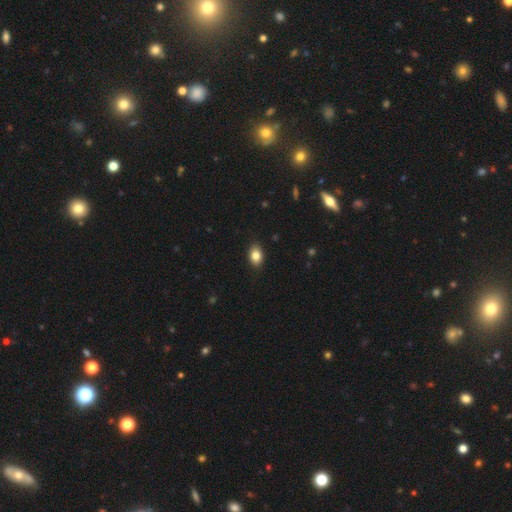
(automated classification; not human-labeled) Smooth or featured? smooth (84%)
How rounded? in between (80%)
Merging? none (87%)